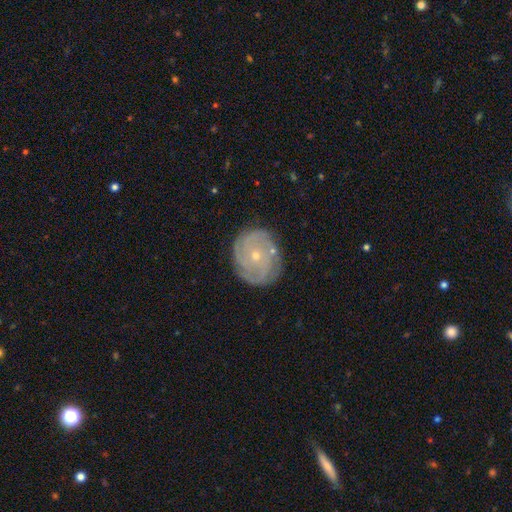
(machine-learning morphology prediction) type=featured or disk (78%); edge-on=no (97%); bar=no (82%); spiral arms=yes (92%); winding=tight (71%); arm count=can't tell (31%); bulge=small (72%); merging=none (80%).